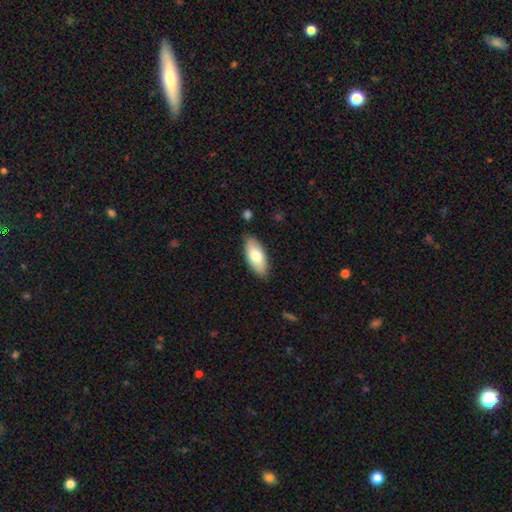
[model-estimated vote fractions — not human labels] smooth_or_featured: smooth (p=0.77) [alt: featured or disk p=0.18]
how_rounded: in between (p=0.88) [alt: cigar-shaped p=0.10]
merging: none (p=0.85) [alt: minor disturbance p=0.11]